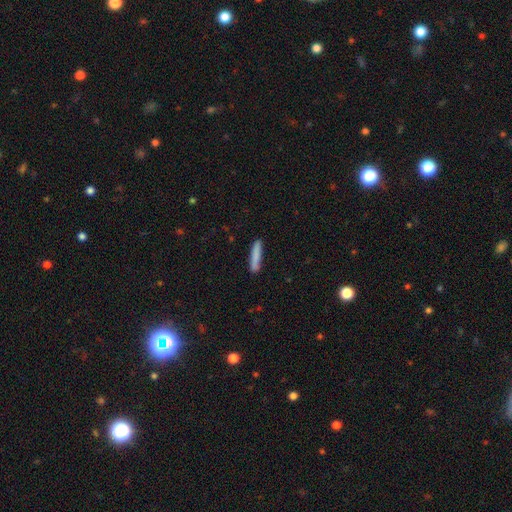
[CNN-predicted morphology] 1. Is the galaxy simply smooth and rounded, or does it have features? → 83% smooth, 11% featured or disk, 6% star or artifact.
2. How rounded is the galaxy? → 91% cigar-shaped, 8% in between, 1% round.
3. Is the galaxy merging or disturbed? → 85% none, 11% minor disturbance, 2% major disturbance, 2% merger.